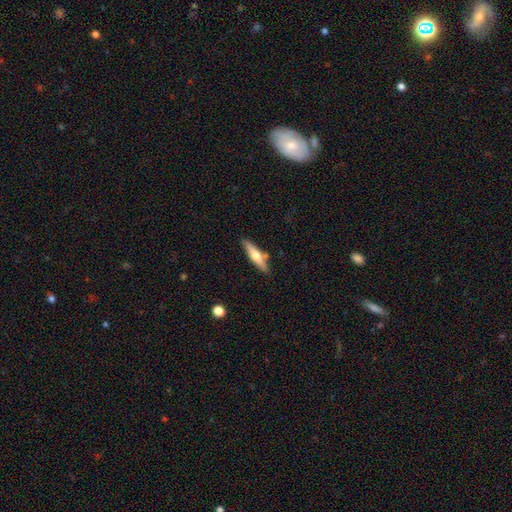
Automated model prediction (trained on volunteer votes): Smooth or featured? featured or disk (49%)
Merging? none (81%)